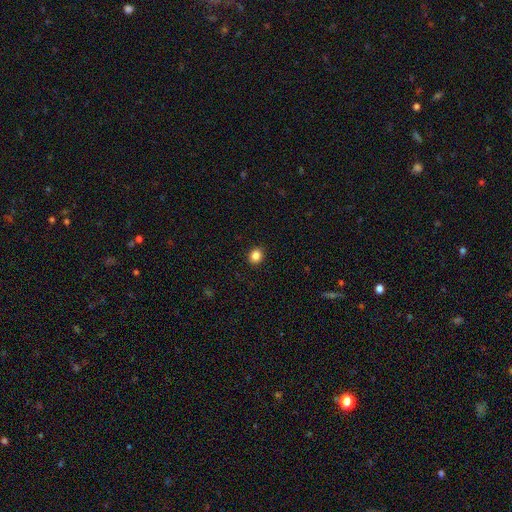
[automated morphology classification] The model was most divided on "how rounded": round: 71%, in between: 28%, cigar-shaped: 1%. More confident: merging — none (92%); smooth or featured — smooth (86%).